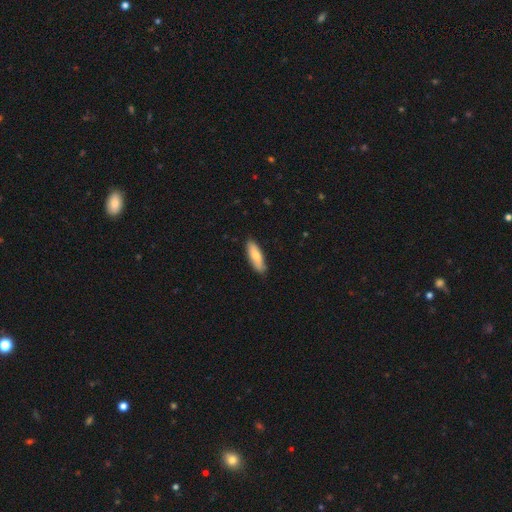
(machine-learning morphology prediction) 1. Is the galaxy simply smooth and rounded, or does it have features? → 76% smooth, 19% featured or disk, 5% star or artifact.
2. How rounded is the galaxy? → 53% cigar-shaped, 45% in between, 2% round.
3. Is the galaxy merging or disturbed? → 87% none, 11% minor disturbance, 2% major disturbance, 1% merger.